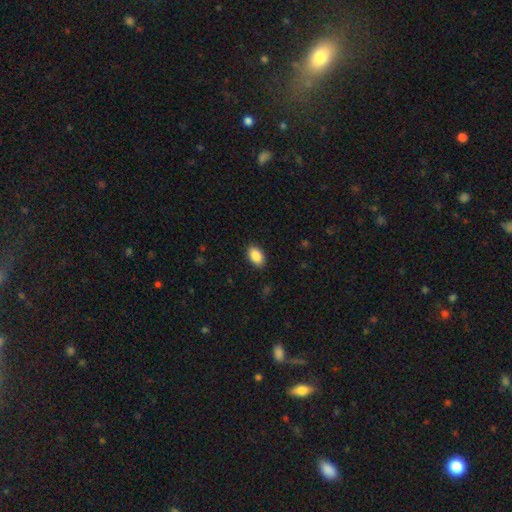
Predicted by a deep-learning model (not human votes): A smooth galaxy with no disk features (89%) that is in between round and cigar-shaped (90%). Merging: none (89%).